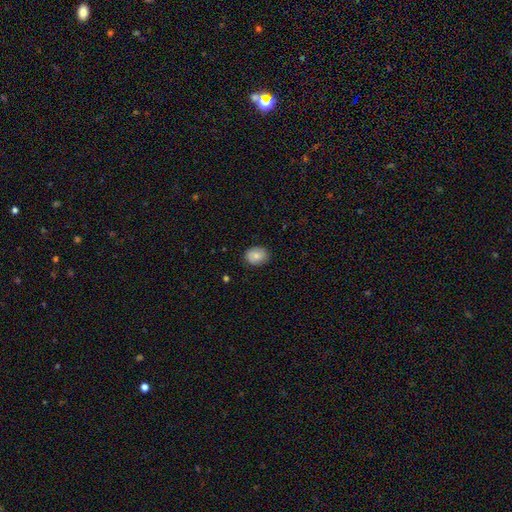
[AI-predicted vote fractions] smooth 76%, featured or disk 17%, star or artifact 8%. Down the decision tree: how rounded — in between (54%); merging — none (84%).